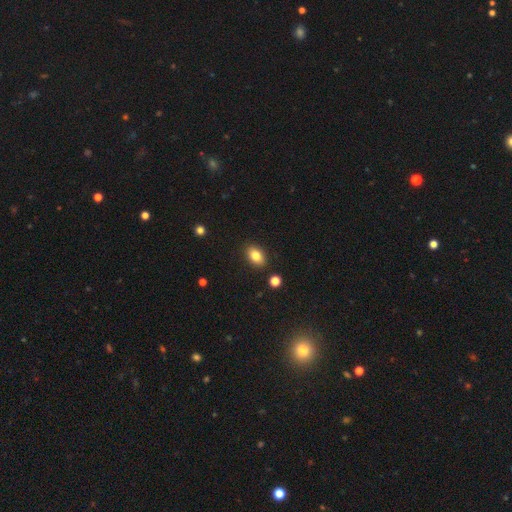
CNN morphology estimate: The model was most divided on "how rounded": in between: 84%, round: 14%, cigar-shaped: 2%. More confident: merging — none (88%); smooth or featured — smooth (82%).